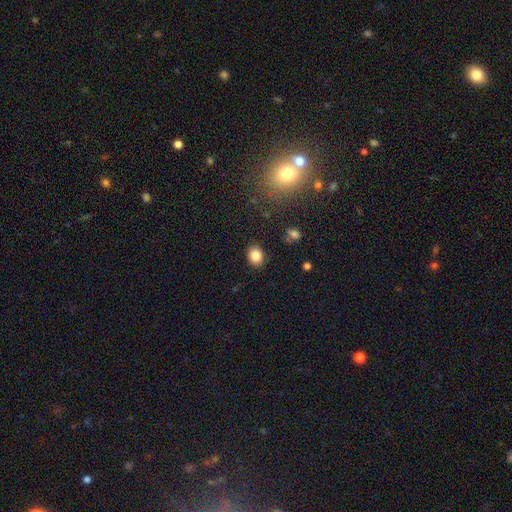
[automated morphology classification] Smooth or featured: smooth — 85% (star or artifact — 10%)
How rounded: in between — 53% (round — 46%)
Merging: none — 88% (minor disturbance — 8%)